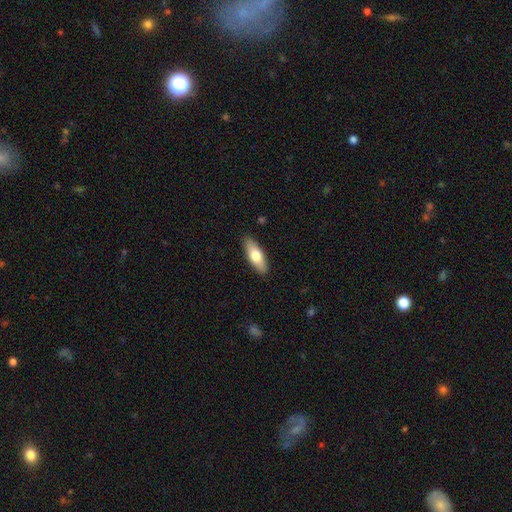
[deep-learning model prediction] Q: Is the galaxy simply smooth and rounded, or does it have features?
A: smooth — 69%.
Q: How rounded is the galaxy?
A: in between — 65%.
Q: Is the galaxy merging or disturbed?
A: none — 88%.